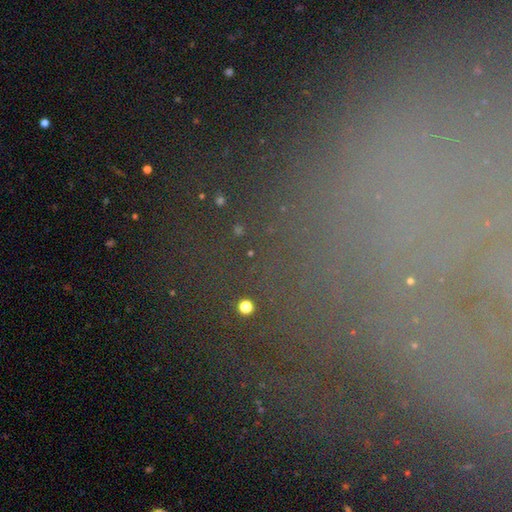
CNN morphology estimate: star or artifact 56%, featured or disk 26%, smooth 18%.